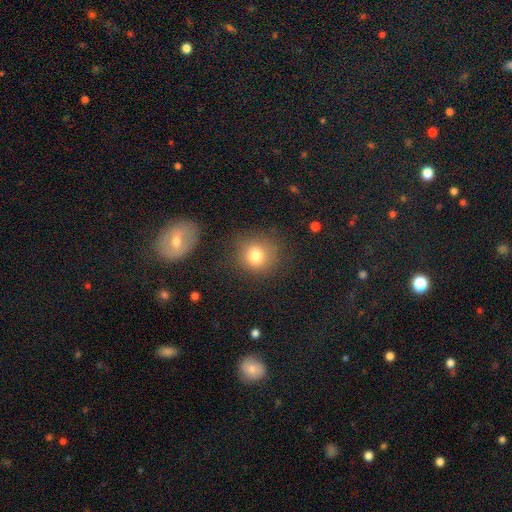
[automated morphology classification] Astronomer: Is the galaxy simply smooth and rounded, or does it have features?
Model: smooth — 80%.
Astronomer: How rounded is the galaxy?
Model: round — 87%.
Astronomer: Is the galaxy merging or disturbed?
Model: none — 80%.